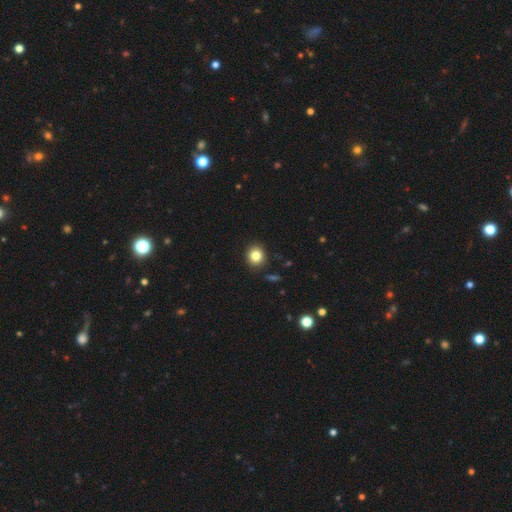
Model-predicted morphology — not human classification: The model was most divided on "how rounded": round: 84%, in between: 15%, cigar-shaped: 1%. More confident: merging — none (90%); smooth or featured — smooth (83%).